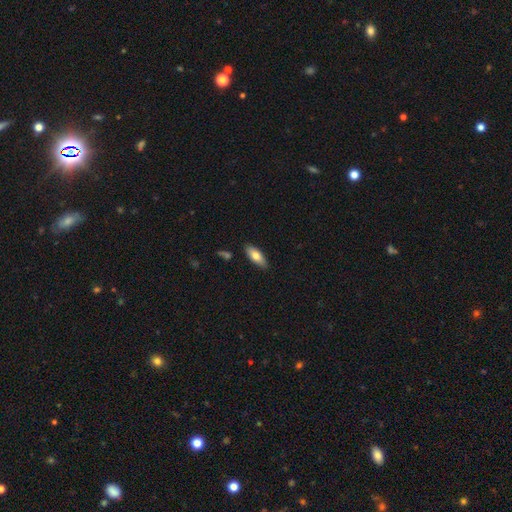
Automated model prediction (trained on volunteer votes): This is likely a smooth galaxy (76%). How rounded: likely in between (76%). Merging: clearly none (85%).